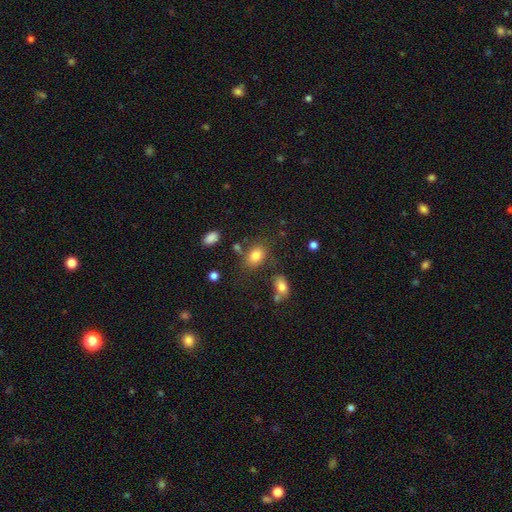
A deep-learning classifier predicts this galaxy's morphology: Smooth or featured: smooth — 80% (star or artifact — 11%)
How rounded: in between — 77% (round — 22%)
Merging: none — 70% (minor disturbance — 16%)